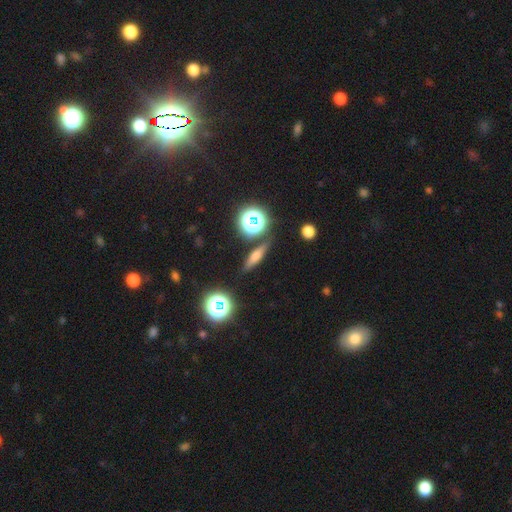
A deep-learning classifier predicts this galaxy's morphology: This is possibly a smooth galaxy (54%). How rounded: likely cigar-shaped (63%). Merging: clearly none (83%).